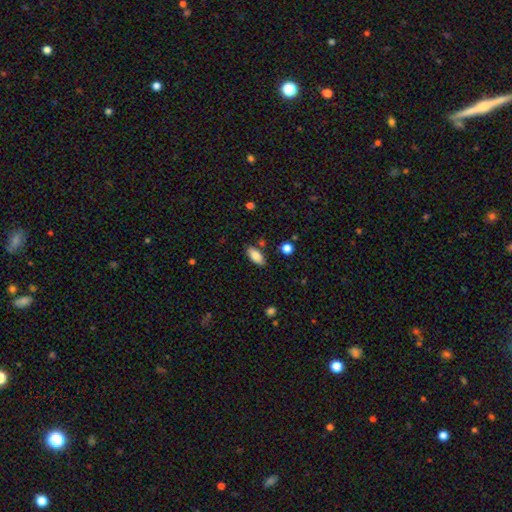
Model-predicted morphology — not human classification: A smooth galaxy with no disk features (83%) that is in between round and cigar-shaped (89%).

Vote fractions:
- Smooth or featured? smooth: 83% / featured or disk: 10% / star or artifact: 7%
- How rounded? in between: 89% / cigar-shaped: 8% / round: 3%
- Merging? none: 83% / minor disturbance: 11% / merger: 3% / major disturbance: 2%